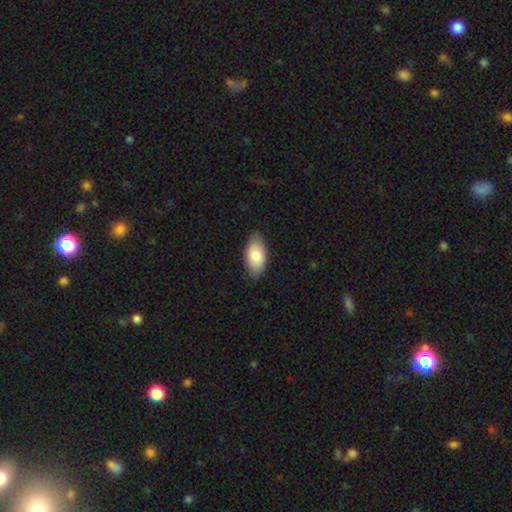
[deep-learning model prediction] Overall: smooth (83%). How rounded: in between (94%). Merging: none (83%).